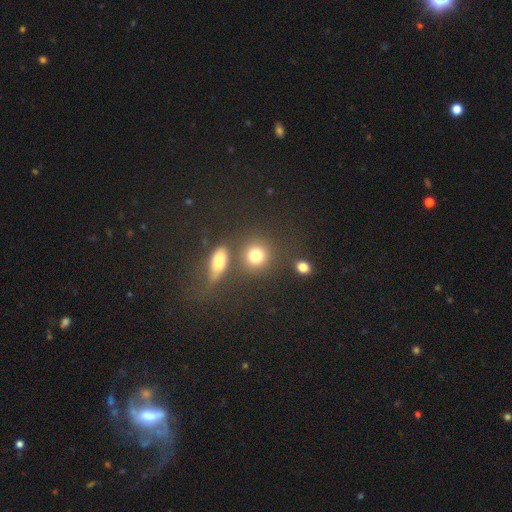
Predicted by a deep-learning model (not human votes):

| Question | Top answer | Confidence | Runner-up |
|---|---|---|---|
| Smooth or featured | smooth | 79% | star or artifact (12%) |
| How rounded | round | 81% | in between (17%) |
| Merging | none | 68% | merger (18%) |